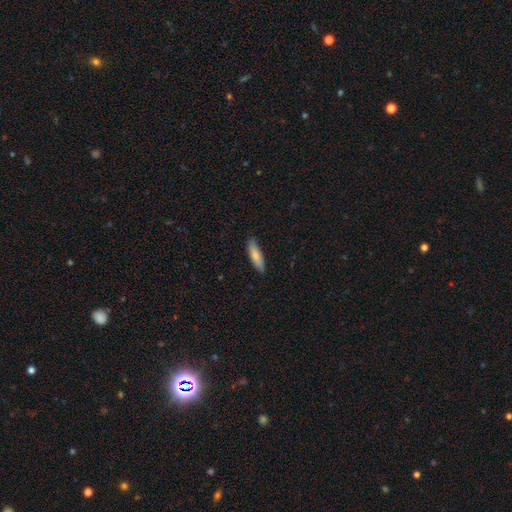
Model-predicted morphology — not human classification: Smooth or featured?
  - smooth: 81% *
  - featured or disk: 14%
  - star or artifact: 6%
How rounded?
  - cigar-shaped: 62% *
  - in between: 36%
  - round: 2%
Merging?
  - none: 86% *
  - minor disturbance: 11%
  - major disturbance: 2%
  - merger: 1%